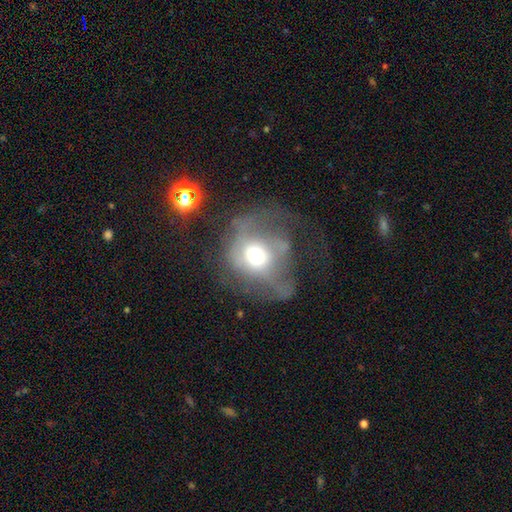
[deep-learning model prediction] The model was most divided on "smooth or featured": featured or disk: 47%, smooth: 42%, star or artifact: 12%. More confident: merging — major disturbance (53%).